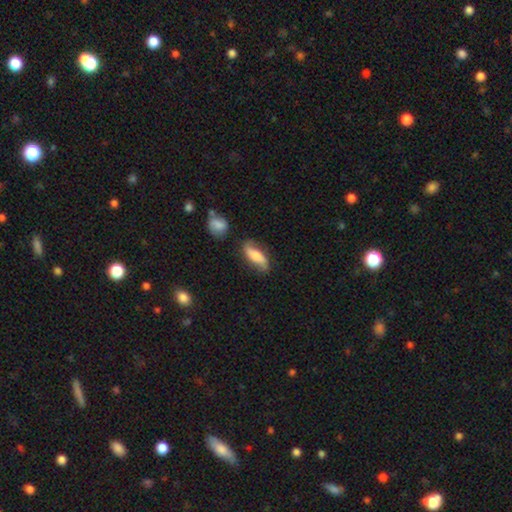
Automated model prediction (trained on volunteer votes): A smooth galaxy with no disk features (53%) that is in between round and cigar-shaped (69%).

Vote fractions:
- Smooth or featured? smooth: 53% / featured or disk: 39% / star or artifact: 7%
- How rounded? in between: 69% / cigar-shaped: 28% / round: 4%
- Merging? none: 68% / minor disturbance: 21% / major disturbance: 6% / merger: 5%